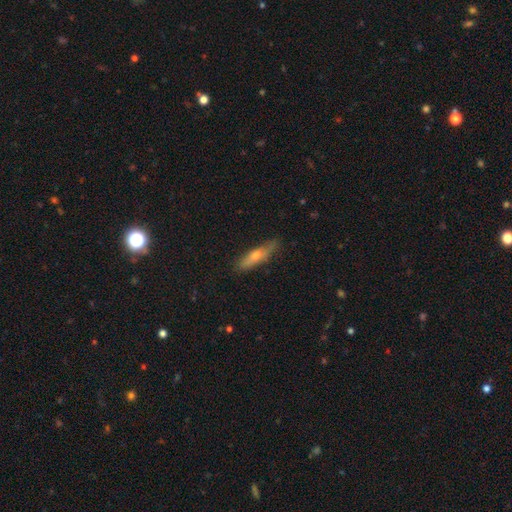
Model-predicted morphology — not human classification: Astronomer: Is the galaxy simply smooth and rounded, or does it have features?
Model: smooth — 48% (runner-up: featured or disk, 45%).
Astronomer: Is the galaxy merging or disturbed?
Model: none — 83%.